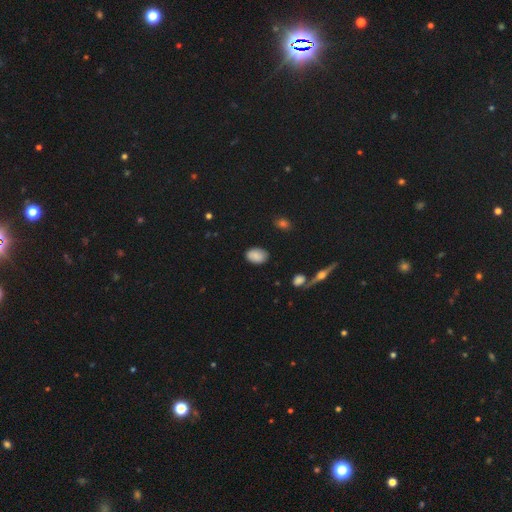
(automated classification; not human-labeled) Smooth or featured: smooth — 83% (star or artifact — 9%)
How rounded: in between — 84% (round — 14%)
Merging: none — 82% (minor disturbance — 14%)